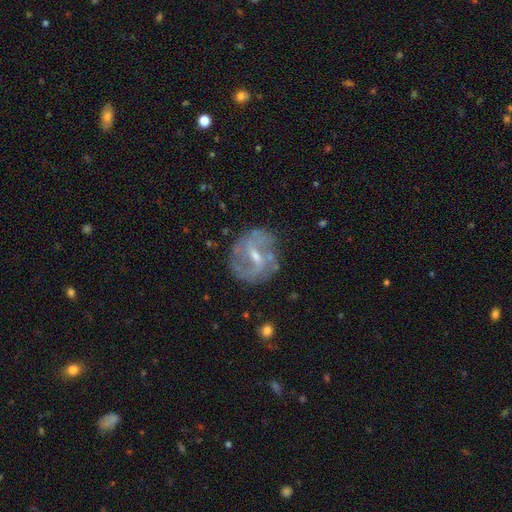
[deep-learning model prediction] Morphology: type=featured or disk (79%); edge-on=no (97%); bar=weak (55%); spiral arms=yes (84%); winding=medium (43%); arm count=2 (69%); bulge=small (48%); merging=none (70%).